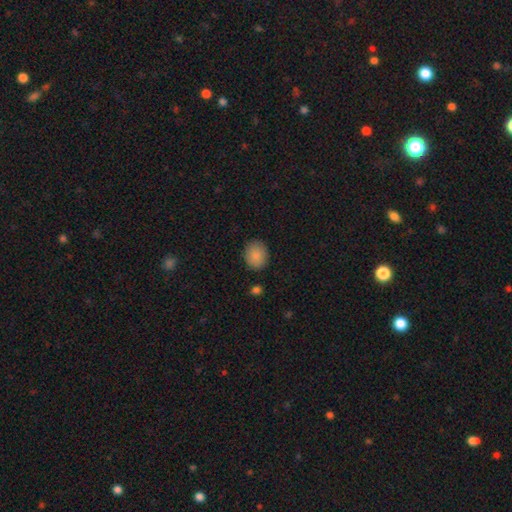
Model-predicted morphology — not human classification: This is clearly a smooth galaxy (88%). How rounded: likely round (67%). Merging: clearly none (87%).